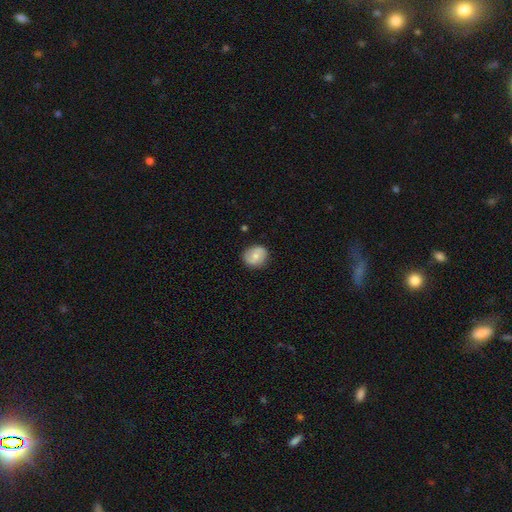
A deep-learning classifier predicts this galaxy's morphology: A smooth galaxy with no disk features (67%) that is round (72%). Merging: none (82%).